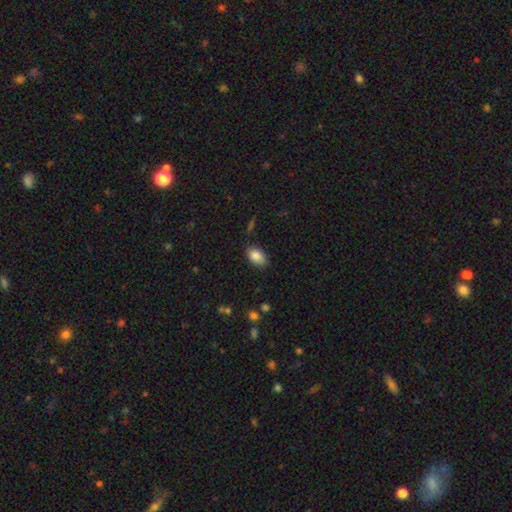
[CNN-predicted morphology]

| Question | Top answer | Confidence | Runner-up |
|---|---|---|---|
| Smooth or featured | smooth | 86% | star or artifact (8%) |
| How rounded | in between | 88% | round (10%) |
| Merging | none | 82% | minor disturbance (14%) |